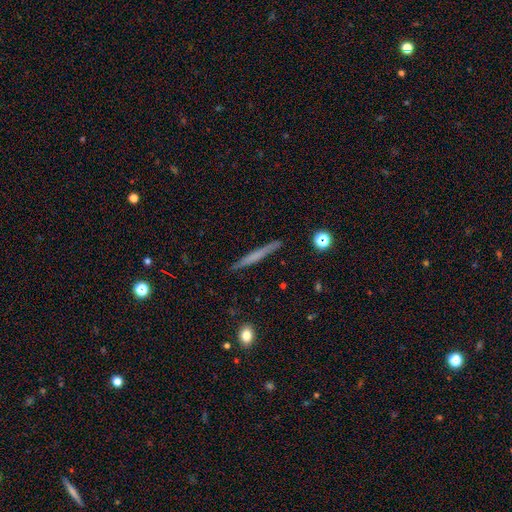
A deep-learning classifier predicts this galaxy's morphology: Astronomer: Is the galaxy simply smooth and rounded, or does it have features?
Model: smooth — 49% (runner-up: featured or disk, 45%).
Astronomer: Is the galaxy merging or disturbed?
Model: none — 91%.